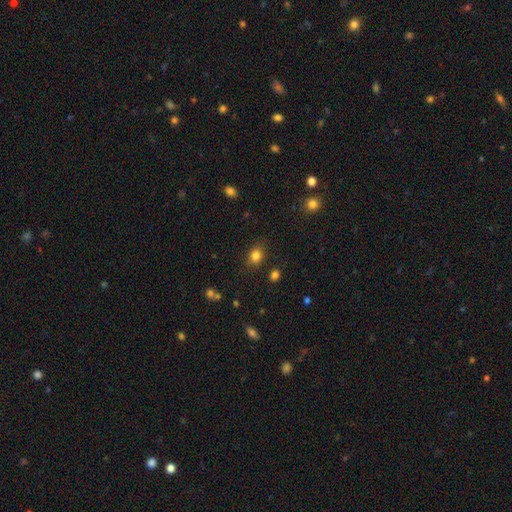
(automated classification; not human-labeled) Smooth or featured?
  - smooth: 82% *
  - star or artifact: 12%
  - featured or disk: 6%
How rounded?
  - in between: 53% *
  - round: 45%
  - cigar-shaped: 1%
Merging?
  - none: 82% *
  - minor disturbance: 12%
  - major disturbance: 4%
  - merger: 2%